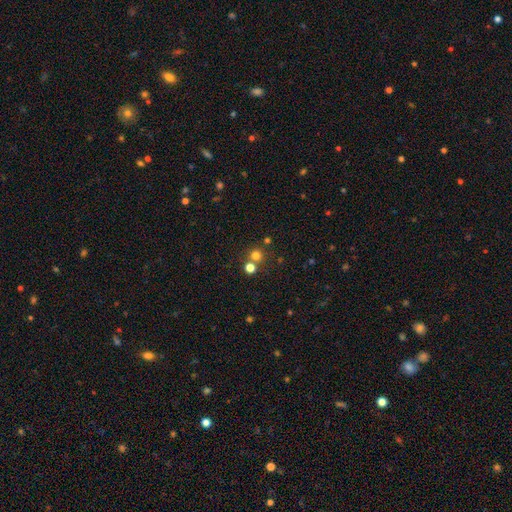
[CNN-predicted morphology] Overall: smooth (73%). How rounded: round (93%). Merging: none (67%).